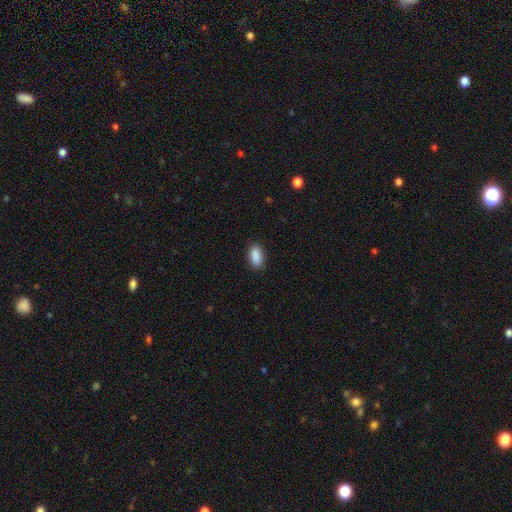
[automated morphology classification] smooth 90%, star or artifact 7%, featured or disk 3%. Down the decision tree: how rounded — in between (91%); merging — none (87%).